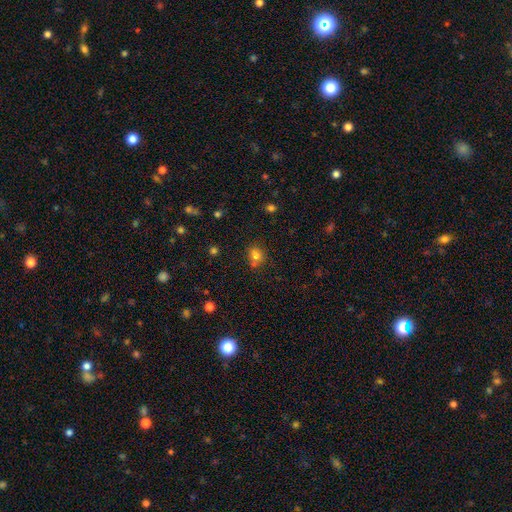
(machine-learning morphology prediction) This appears to be a smooth galaxy with no disk features (75%) that is round (58%). Merging: none (58%).